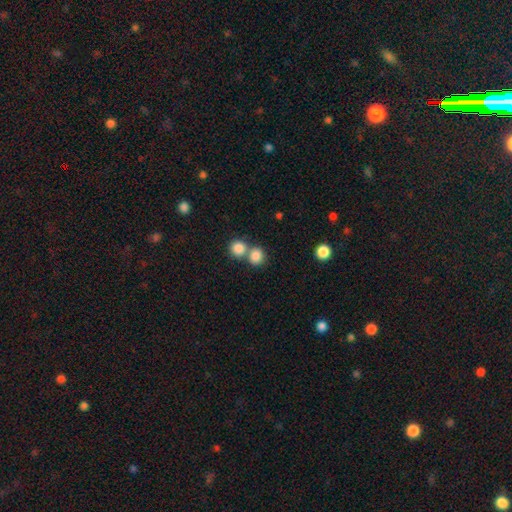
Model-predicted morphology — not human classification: This is clearly a smooth galaxy (84%). How rounded: clearly round (81%). Merging: possibly none (46%).